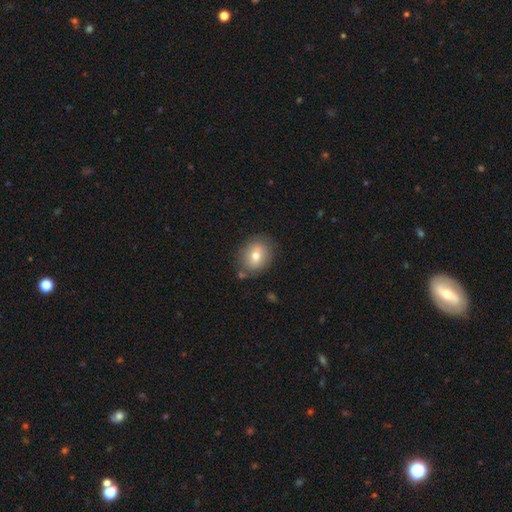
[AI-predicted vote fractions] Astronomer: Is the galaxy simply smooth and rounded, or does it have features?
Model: smooth — 72%.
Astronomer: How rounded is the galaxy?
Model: round — 53% (runner-up: in between, 46%).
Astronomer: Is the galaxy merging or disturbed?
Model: none — 78%.